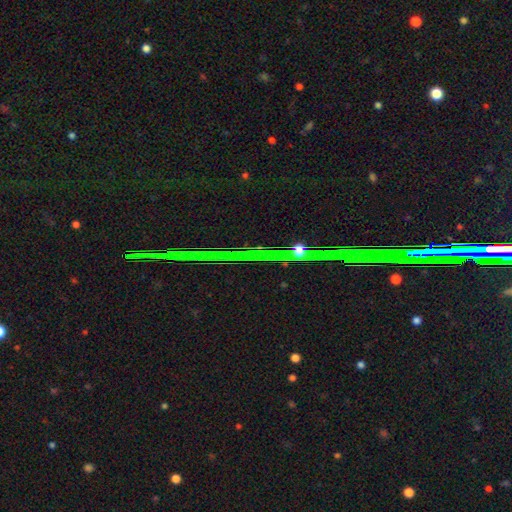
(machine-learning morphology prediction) type=star or artifact (84%).